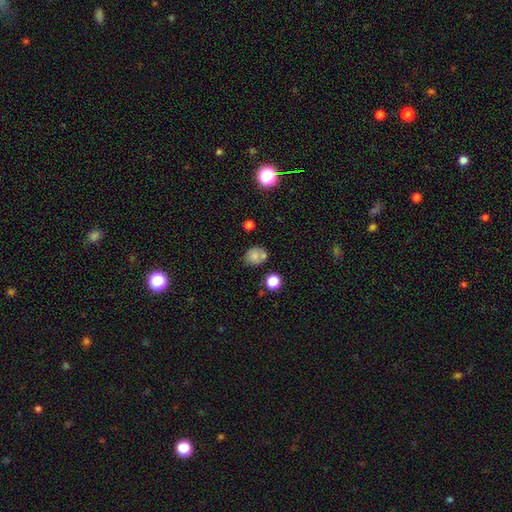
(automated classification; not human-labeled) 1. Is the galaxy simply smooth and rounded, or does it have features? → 75% smooth, 13% featured or disk, 12% star or artifact.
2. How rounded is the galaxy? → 67% round, 32% in between, 1% cigar-shaped.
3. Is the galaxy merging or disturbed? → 56% none, 22% merger, 16% minor disturbance, 6% major disturbance.